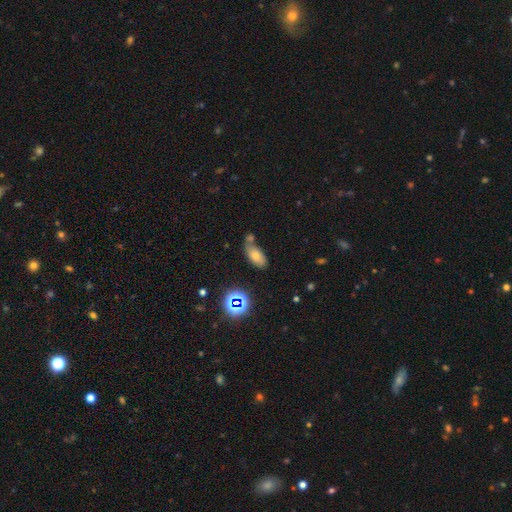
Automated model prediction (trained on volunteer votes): Smooth or featured: smooth — 67% (star or artifact — 17%)
How rounded: in between — 88% (cigar-shaped — 6%)
Merging: none — 51% (merger — 26%)